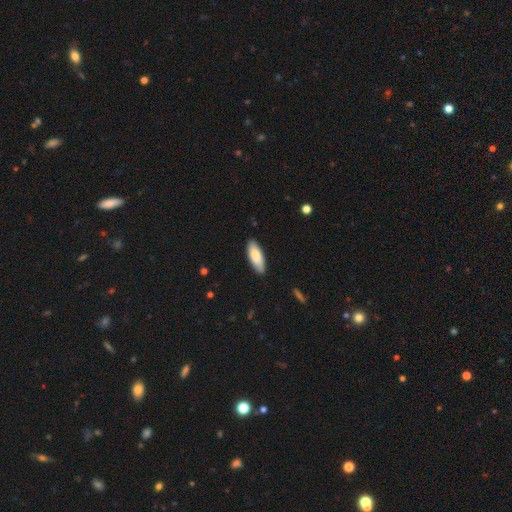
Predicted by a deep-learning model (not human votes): A smooth galaxy with no disk features (82%) that is in between round and cigar-shaped (70%).

Vote fractions:
- Smooth or featured? smooth: 82% / featured or disk: 13% / star or artifact: 5%
- How rounded? in between: 70% / cigar-shaped: 28% / round: 2%
- Merging? none: 88% / minor disturbance: 9% / major disturbance: 2% / merger: 1%